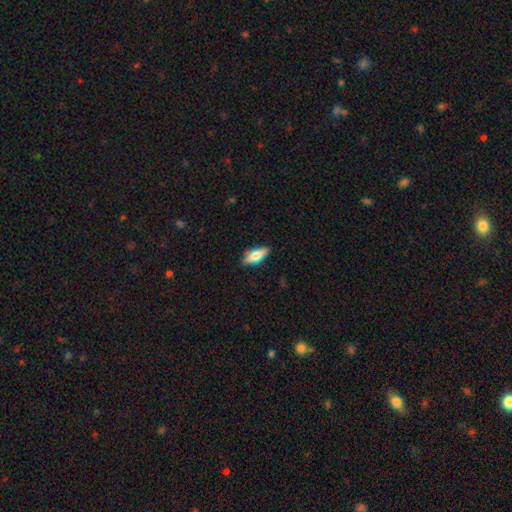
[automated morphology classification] Smooth or featured: smooth — 54% (featured or disk — 39%)
How rounded: in between — 63% (cigar-shaped — 34%)
Merging: none — 84% (minor disturbance — 12%)